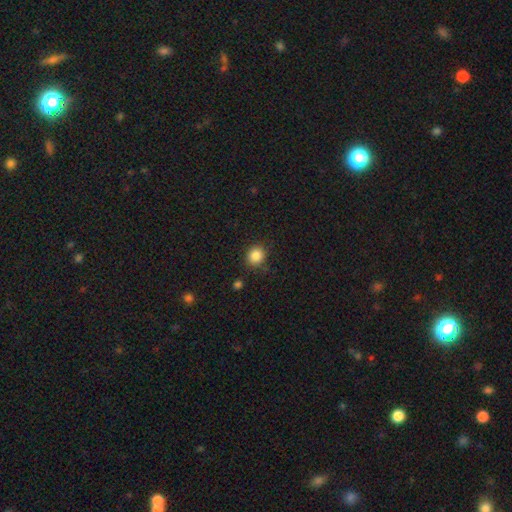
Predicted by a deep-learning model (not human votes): A smooth galaxy with no disk features (86%) that is round (81%). Merging: none (84%).